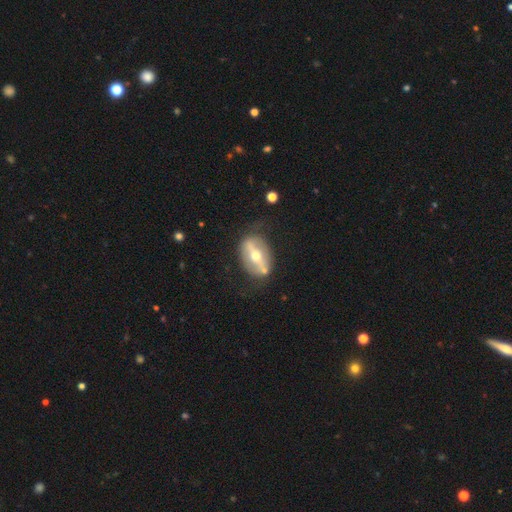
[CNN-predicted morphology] Overall: featured or disk (70%). Edge-on disk: no (79%). Bar: strong (71%). Spiral arms: no (72%). Bulge size: moderate (67%). Merging: none (69%).